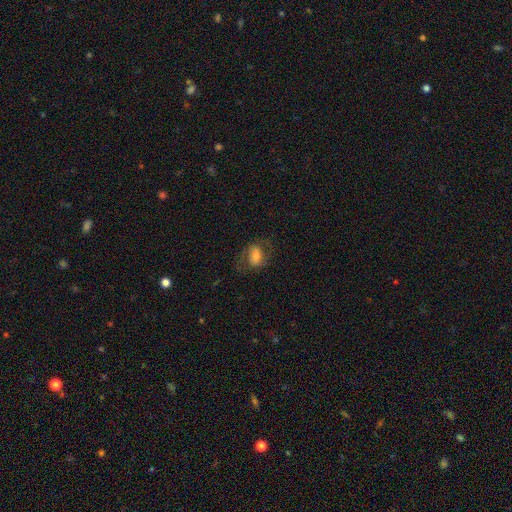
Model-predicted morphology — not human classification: Smooth or featured?
  - smooth: 50% *
  - featured or disk: 39%
  - star or artifact: 11%
How rounded?
  - in between: 78% *
  - round: 19%
  - cigar-shaped: 3%
Merging?
  - none: 64% *
  - minor disturbance: 18%
  - major disturbance: 17%
  - merger: 1%